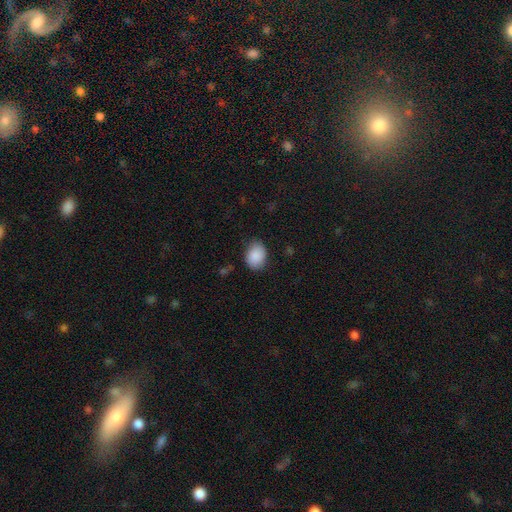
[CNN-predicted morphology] Smooth or featured? Predicted: smooth (p=0.89). How rounded? Predicted: in between (p=0.65). Merging? Predicted: none (p=0.81).